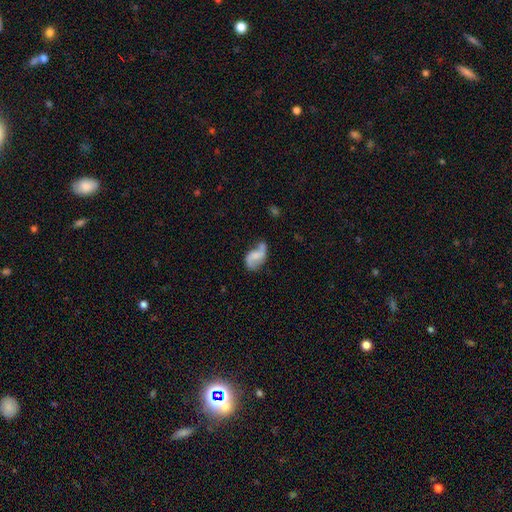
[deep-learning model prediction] Q: Smooth or featured?
A: featured or disk (65%); runner-up: smooth (27%)
Q: Edge-on disk?
A: no (97%); runner-up: yes (3%)
Q: Bar?
A: no (43%); runner-up: weak (41%)
Q: Spiral arms?
A: yes (87%); runner-up: no (13%)
Q: Spiral winding?
A: loose (68%); runner-up: medium (25%)
Q: Spiral arm count?
A: 2 (86%); runner-up: 1 (6%)
Q: Bulge size?
A: none (37%); runner-up: small (32%)
Q: Merging?
A: none (44%); runner-up: minor disturbance (24%)